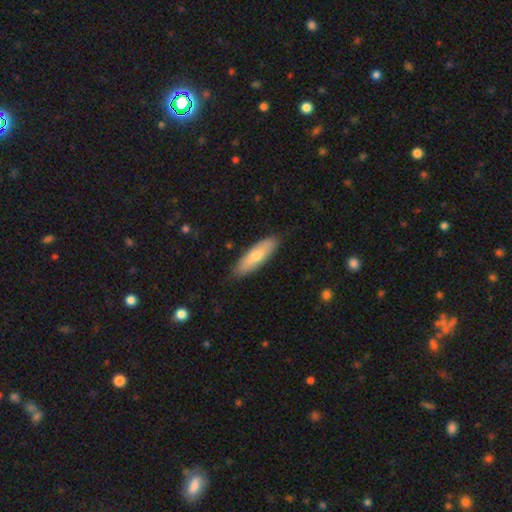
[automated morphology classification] type=smooth (67%); roundness=cigar-shaped (53%); merging=none (86%).